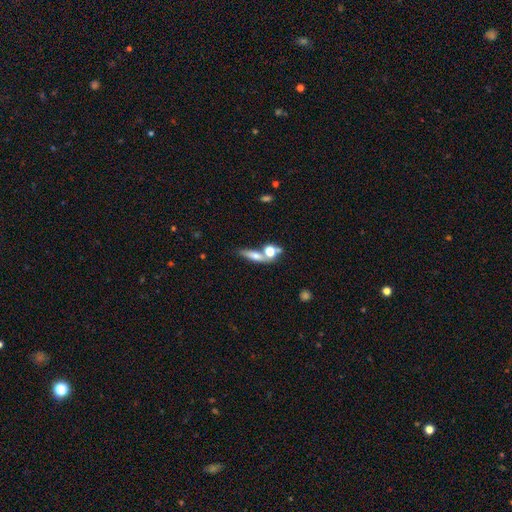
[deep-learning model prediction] This appears to be a smooth galaxy with no disk features (55%) that is cigar-shaped (52%). Merging: none (49%).